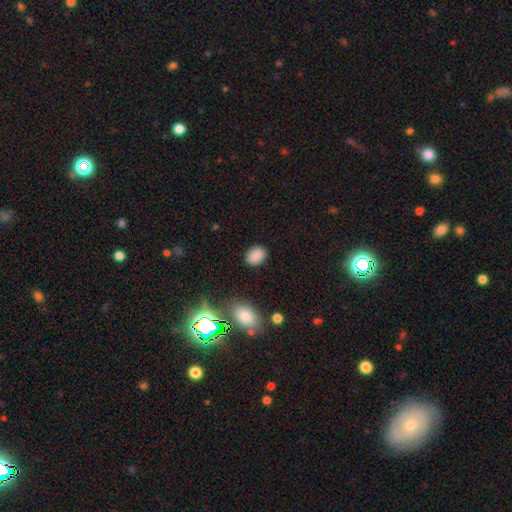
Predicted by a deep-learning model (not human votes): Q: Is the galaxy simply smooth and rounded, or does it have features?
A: smooth — 85%.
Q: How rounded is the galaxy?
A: in between — 72%.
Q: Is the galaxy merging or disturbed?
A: none — 87%.